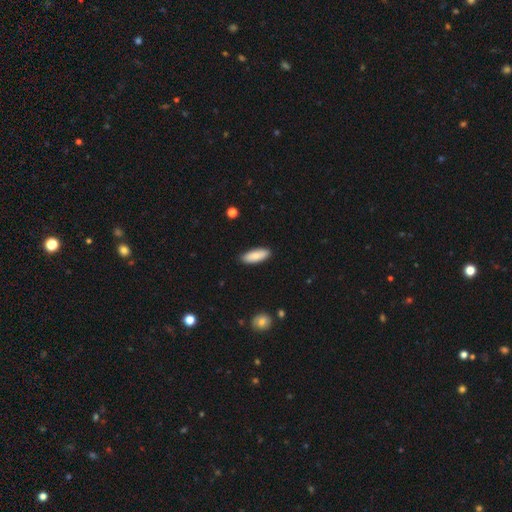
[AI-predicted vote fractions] smooth-or-featured: smooth: 84% | featured or disk: 10% | star or artifact: 6%
  how-rounded: in between: 66% | cigar-shaped: 32% | round: 2%
  merging: none: 89% | minor disturbance: 9% | major disturbance: 2% | merger: 1%